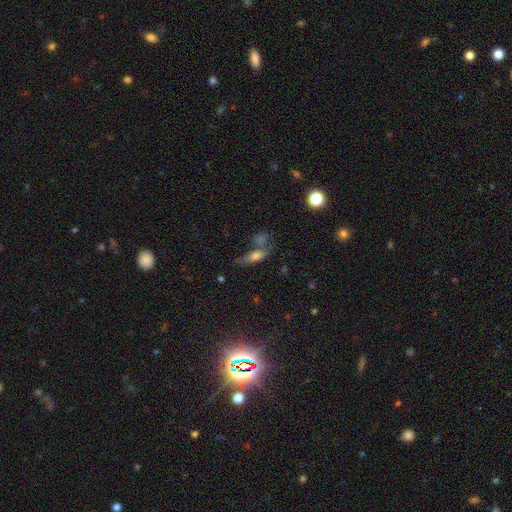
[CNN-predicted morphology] type=smooth (63%); roundness=in between (57%); merging=none (46%).